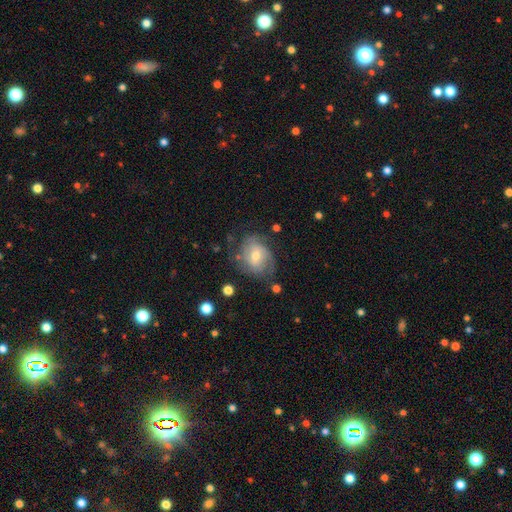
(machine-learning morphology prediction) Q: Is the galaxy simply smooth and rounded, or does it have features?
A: featured or disk — 61%.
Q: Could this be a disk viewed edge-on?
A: no — 97%.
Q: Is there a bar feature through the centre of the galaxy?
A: no — 54%.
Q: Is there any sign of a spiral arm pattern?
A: yes — 82%.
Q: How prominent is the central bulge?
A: moderate — 53%.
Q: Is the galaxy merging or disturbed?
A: none — 59%.